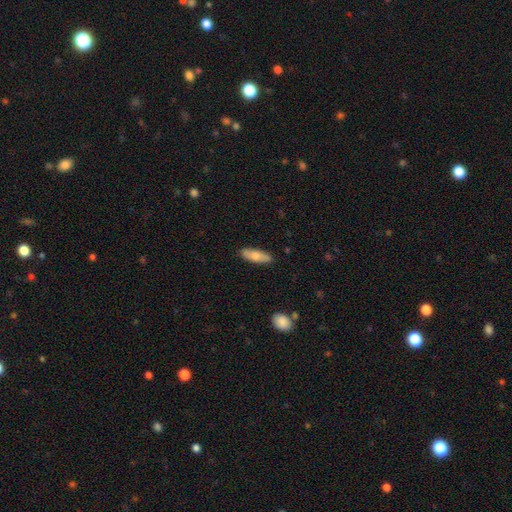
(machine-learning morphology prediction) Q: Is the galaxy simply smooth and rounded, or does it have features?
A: smooth — 74%.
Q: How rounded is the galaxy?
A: in between — 55%.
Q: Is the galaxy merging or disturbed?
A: none — 87%.